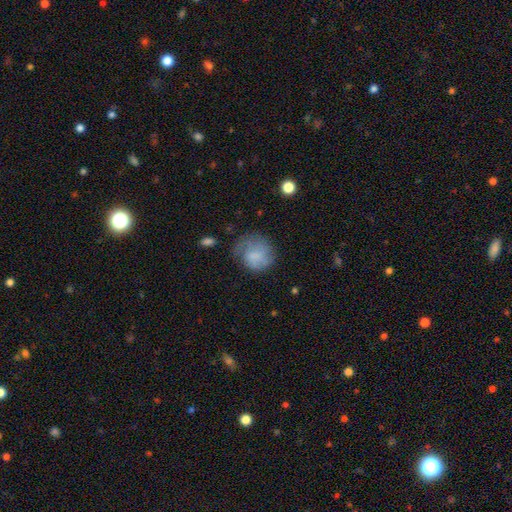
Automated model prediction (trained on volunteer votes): A smooth galaxy with no disk features (69%) that is round (79%). Merging: none (53%).